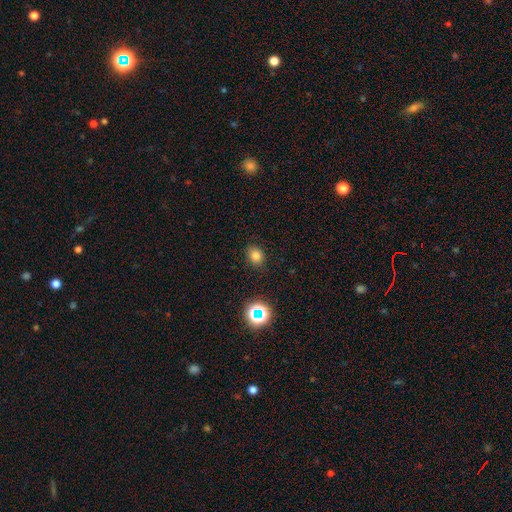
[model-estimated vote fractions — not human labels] Smooth or featured? Predicted: smooth (p=0.77). How rounded? Predicted: round (p=0.54). Merging? Predicted: none (p=0.86).